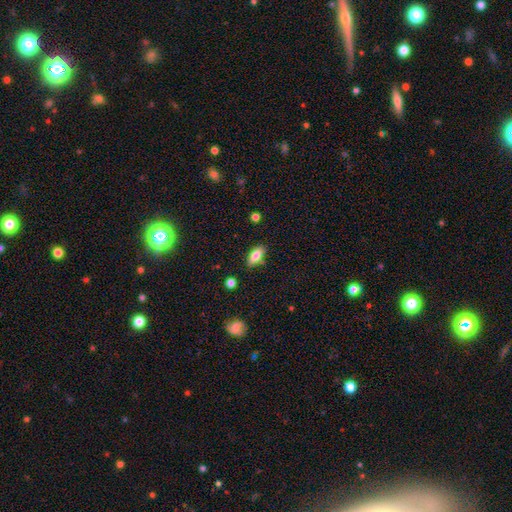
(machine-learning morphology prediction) Smooth or featured?
  - smooth: 78% *
  - featured or disk: 15%
  - star or artifact: 8%
How rounded?
  - in between: 84% *
  - cigar-shaped: 13%
  - round: 3%
Merging?
  - none: 81% *
  - minor disturbance: 13%
  - merger: 3%
  - major disturbance: 3%